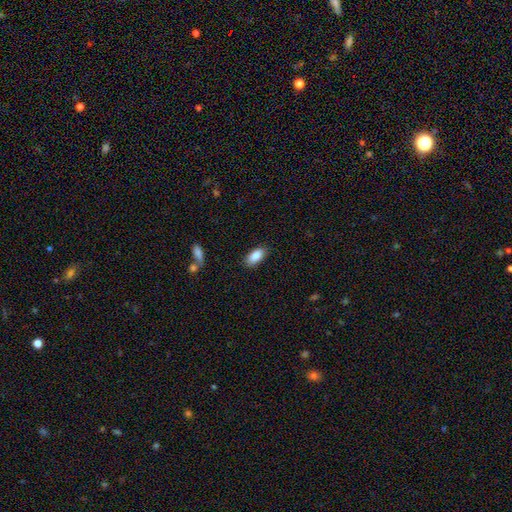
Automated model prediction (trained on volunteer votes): smooth-or-featured: smooth: 87% | star or artifact: 7% | featured or disk: 6%
  how-rounded: in between: 91% | cigar-shaped: 6% | round: 3%
  merging: none: 85% | minor disturbance: 11% | major disturbance: 3% | merger: 1%